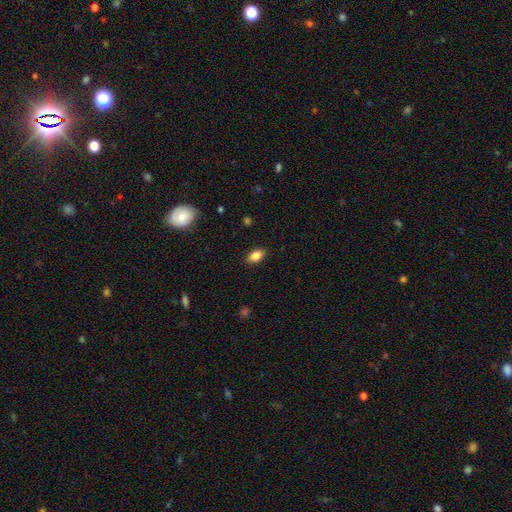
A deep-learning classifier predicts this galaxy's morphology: smooth_or_featured: smooth (p=0.85) [alt: star or artifact p=0.08]
how_rounded: in between (p=0.90) [alt: round p=0.06]
merging: none (p=0.87) [alt: minor disturbance p=0.10]